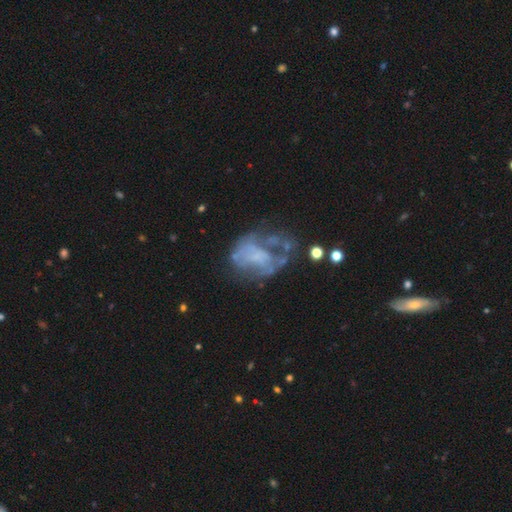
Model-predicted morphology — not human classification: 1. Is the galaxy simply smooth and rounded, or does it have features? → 63% featured or disk, 23% smooth, 14% star or artifact.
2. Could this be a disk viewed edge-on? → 98% no, 2% yes.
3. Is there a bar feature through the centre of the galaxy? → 84% no, 13% weak, 4% strong.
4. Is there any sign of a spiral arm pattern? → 77% no, 23% yes.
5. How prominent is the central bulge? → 68% none, 16% small, 11% moderate, 4% large, 1% dominant.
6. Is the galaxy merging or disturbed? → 38% major disturbance, 32% none, 21% minor disturbance, 9% merger.